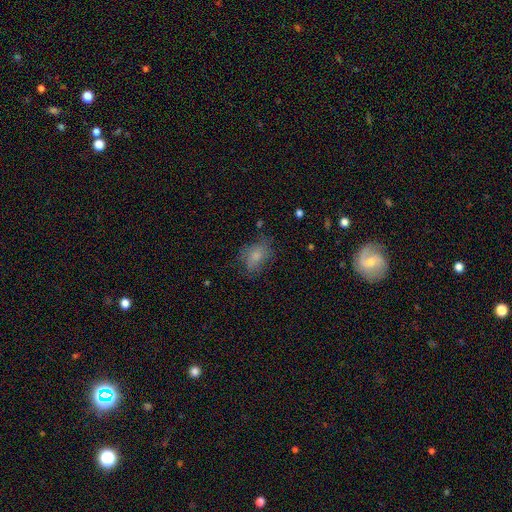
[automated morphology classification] A smooth galaxy with no disk features (72%) that is in between round and cigar-shaped (72%).

Vote fractions:
- Smooth or featured? smooth: 72% / featured or disk: 17% / star or artifact: 11%
- How rounded? in between: 72% / round: 27% / cigar-shaped: 2%
- Merging? none: 60% / minor disturbance: 25% / major disturbance: 13% / merger: 2%